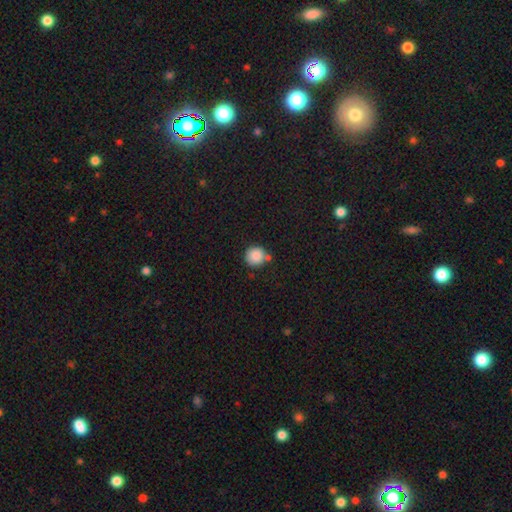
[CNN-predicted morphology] Smooth or featured? smooth (87%)
How rounded? round (92%)
Merging? none (67%)